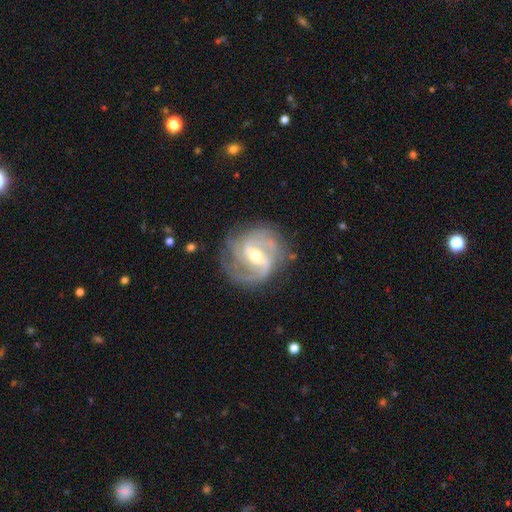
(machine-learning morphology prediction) A featured or disk galaxy (90%) with a weak bar (47%), 2 (48%) medium (48%) spiral arms (97%) and a moderate central bulge (57%). Merging: none (74%).